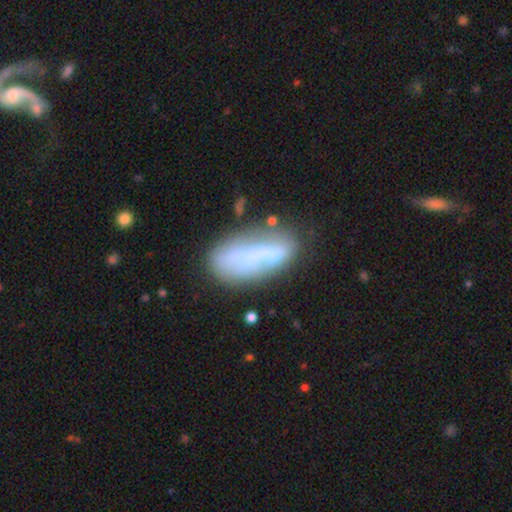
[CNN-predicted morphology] smooth-or-featured: smooth: 47% | featured or disk: 43% | star or artifact: 10%
  merging: none: 45% | minor disturbance: 24% | major disturbance: 17% | merger: 15%